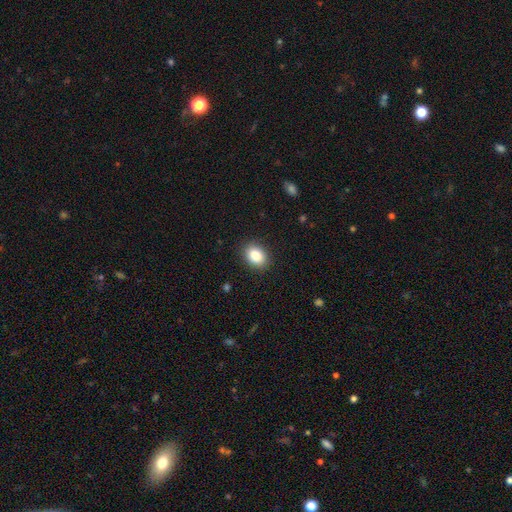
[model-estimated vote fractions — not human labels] A smooth galaxy with no disk features (86%) that is in between round and cigar-shaped (67%). Merging: none (89%).